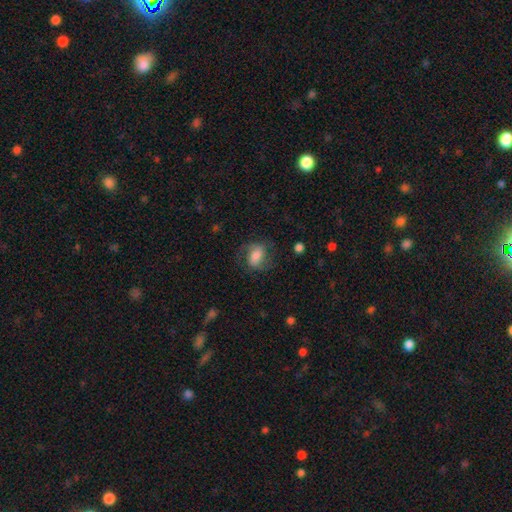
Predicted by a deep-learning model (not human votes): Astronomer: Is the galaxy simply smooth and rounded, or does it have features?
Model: smooth — 59%.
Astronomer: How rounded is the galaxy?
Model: in between — 71%.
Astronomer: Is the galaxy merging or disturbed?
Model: none — 64%.